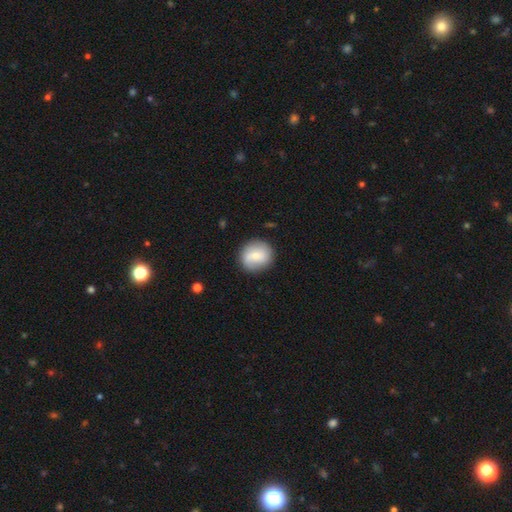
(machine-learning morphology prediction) Smooth or featured?
  - smooth: 60% *
  - featured or disk: 33%
  - star or artifact: 7%
How rounded?
  - round: 87% *
  - in between: 12%
  - cigar-shaped: 1%
Merging?
  - none: 84% *
  - minor disturbance: 11%
  - major disturbance: 4%
  - merger: 1%